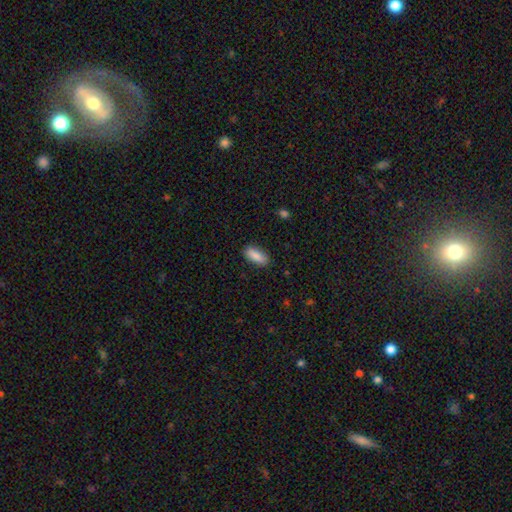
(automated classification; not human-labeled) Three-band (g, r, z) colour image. It shows a smooth galaxy with no disk features (87%) that is in between round and cigar-shaped (76%). Merging: none (88%).